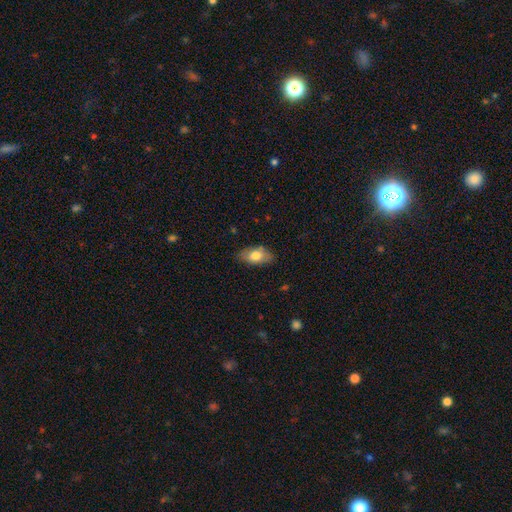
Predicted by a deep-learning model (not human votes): Smooth or featured? Predicted: smooth (p=0.75). How rounded? Predicted: in between (p=0.91). Merging? Predicted: none (p=0.78).